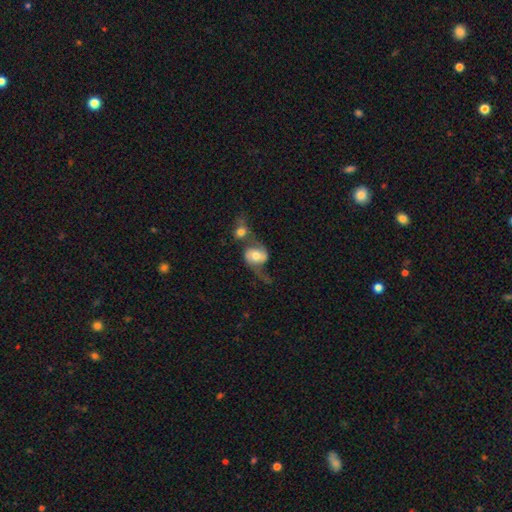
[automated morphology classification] A featured or disk galaxy (67%) with no bar (60%), 2 (81%) loose (69%) spiral arms (88%) and a moderate central bulge (65%).

Vote fractions:
- Smooth or featured? featured or disk: 67% / smooth: 26% / star or artifact: 7%
- Edge-on disk? no: 97% / yes: 3%
- Bar? no: 60% / weak: 30% / strong: 10%
- Spiral arms? yes: 88% / no: 12%
- Spiral winding? loose: 69% / medium: 24% / tight: 7%
- Spiral arm count? 2: 81% / 1: 12% / can't tell: 4% / 3: 1% / 4: 1% / more than 4: 1%
- Bulge size? moderate: 65% / large: 18% / small: 13% / dominant: 2% / none: 2%
- Merging? merger: 44% / none: 27% / major disturbance: 17% / minor disturbance: 12%